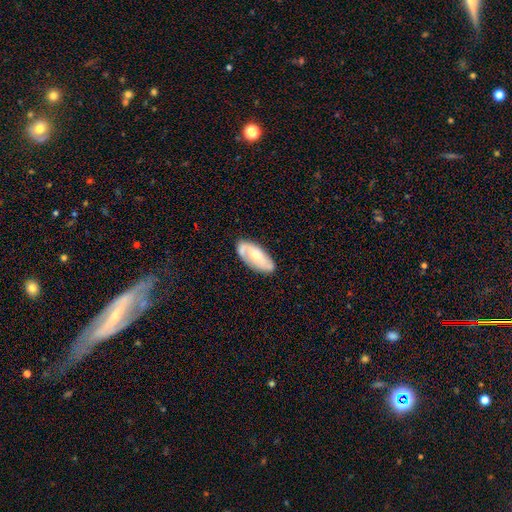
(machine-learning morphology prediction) smooth_or_featured: featured or disk (p=0.52) [alt: smooth p=0.42]
disk_edge_on: no (p=0.89) [alt: yes p=0.11]
merging: none (p=0.71) [alt: minor disturbance p=0.21]